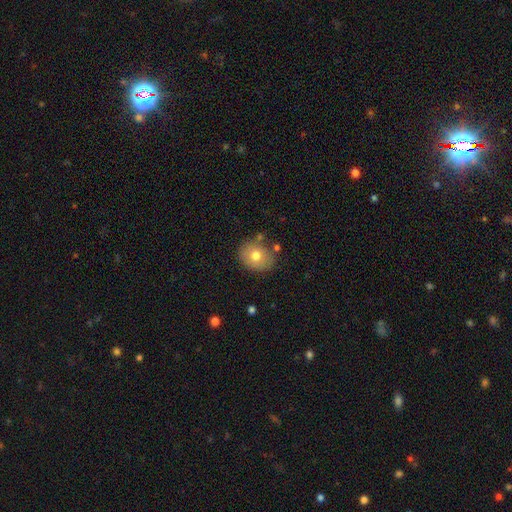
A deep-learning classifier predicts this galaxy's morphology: smooth_or_featured: smooth (p=0.71) [alt: featured or disk p=0.19]
how_rounded: round (p=0.60) [alt: in between p=0.39]
merging: none (p=0.74) [alt: minor disturbance p=0.17]